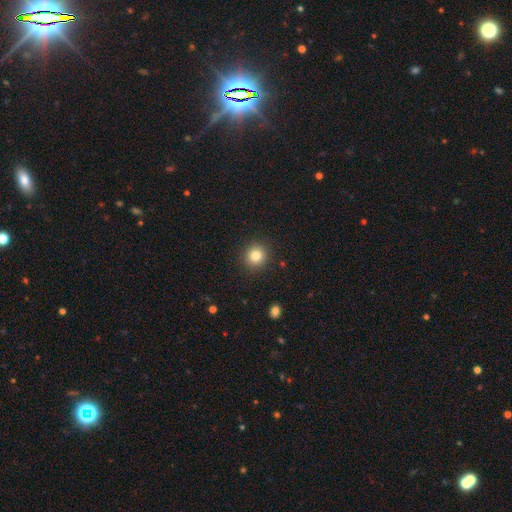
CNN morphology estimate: Overall: smooth (82%). How rounded: round (91%). Merging: none (91%).